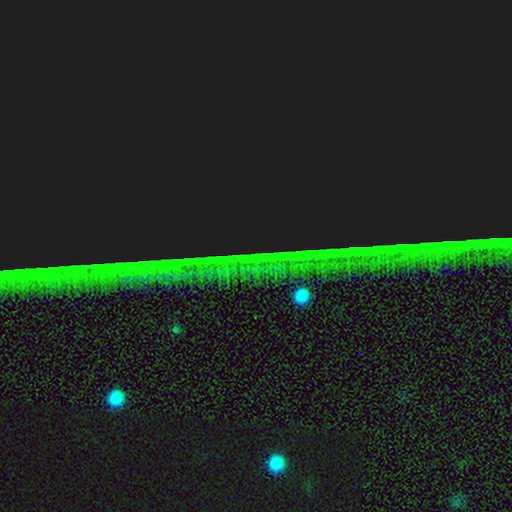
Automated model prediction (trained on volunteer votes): A star or artifact, not a galaxy (83%).

Vote fractions:
- Smooth or featured? star or artifact: 83% / smooth: 8% / featured or disk: 8%